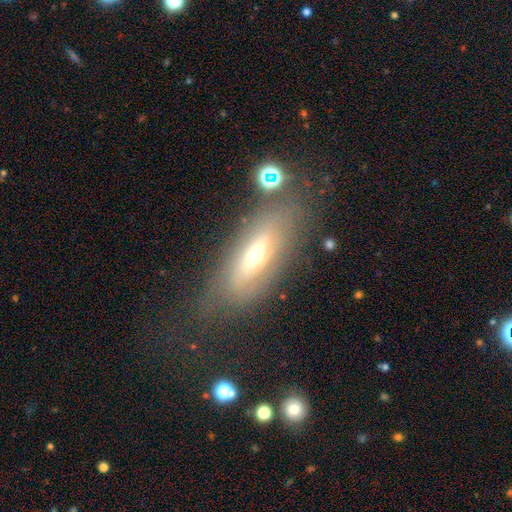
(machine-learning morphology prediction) Q: Smooth or featured?
A: featured or disk (50%); runner-up: smooth (40%)
Q: Edge-on disk?
A: no (59%); runner-up: yes (41%)
Q: Merging?
A: none (65%); runner-up: minor disturbance (20%)